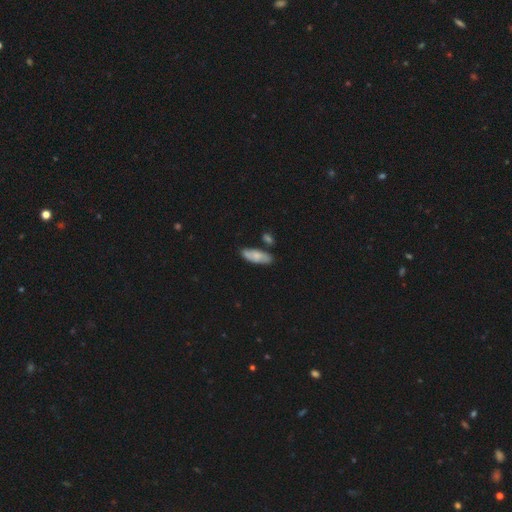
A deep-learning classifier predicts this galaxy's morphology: This appears to be a smooth galaxy with no disk features (71%) that is in between round and cigar-shaped (71%). Merging: none (74%).